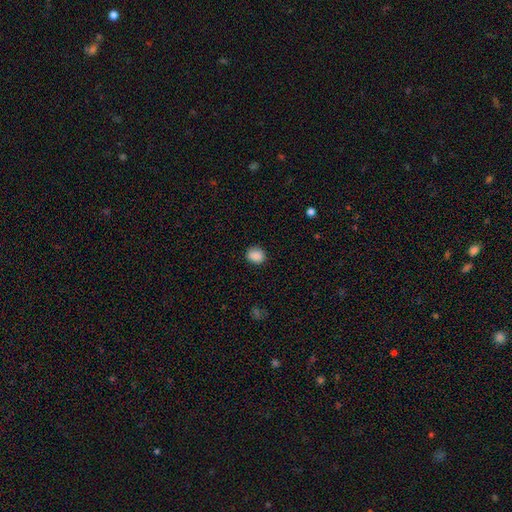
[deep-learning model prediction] The model was most divided on "how rounded": round: 58%, in between: 41%, cigar-shaped: 1%. More confident: smooth or featured — smooth (88%); merging — none (85%).